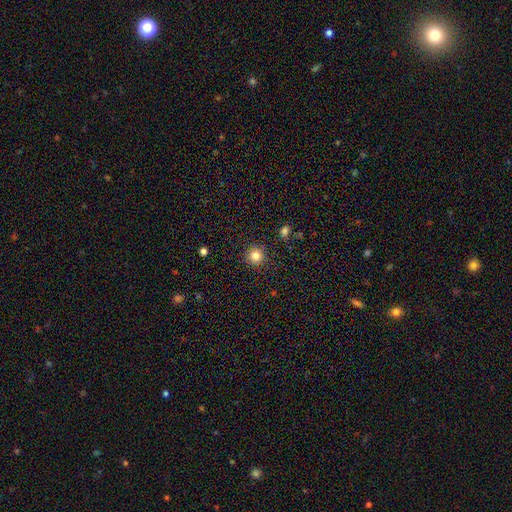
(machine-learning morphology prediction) Smooth or featured?
  - smooth: 83% *
  - star or artifact: 12%
  - featured or disk: 5%
How rounded?
  - round: 95% *
  - in between: 4%
  - cigar-shaped: 1%
Merging?
  - none: 91% *
  - minor disturbance: 6%
  - major disturbance: 2%
  - merger: 1%